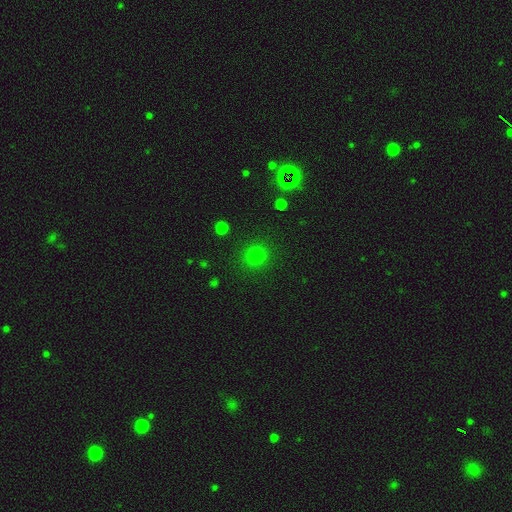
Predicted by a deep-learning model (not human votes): Smooth or featured: smooth — 79% (star or artifact — 16%)
How rounded: round — 92% (in between — 7%)
Merging: none — 89% (minor disturbance — 6%)